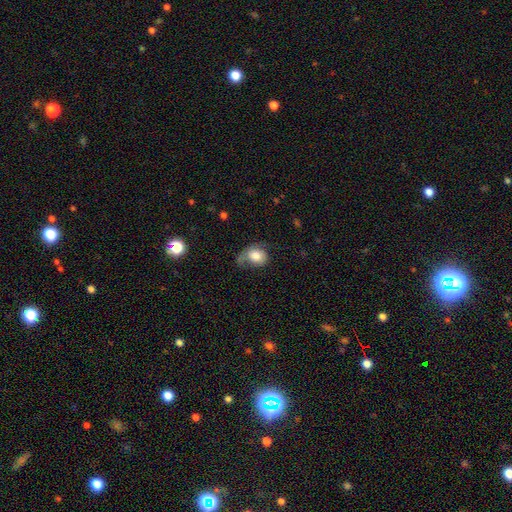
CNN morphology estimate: Smooth or featured? smooth (74%)
How rounded? in between (50%)
Merging? none (34%)